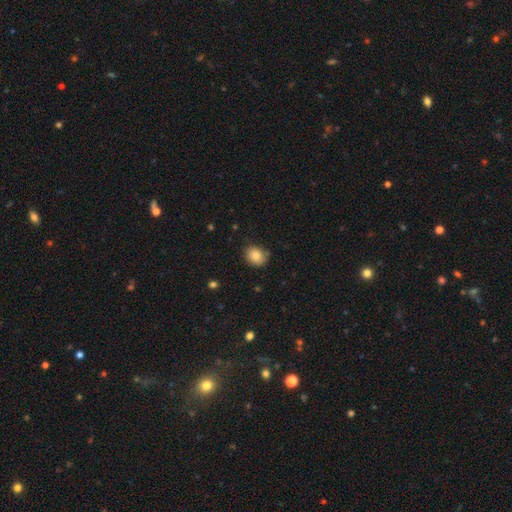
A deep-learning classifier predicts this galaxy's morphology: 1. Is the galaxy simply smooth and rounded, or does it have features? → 84% smooth, 9% star or artifact, 7% featured or disk.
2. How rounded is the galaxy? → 62% round, 37% in between, 1% cigar-shaped.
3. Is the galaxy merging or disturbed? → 78% none, 17% minor disturbance, 3% major disturbance, 1% merger.